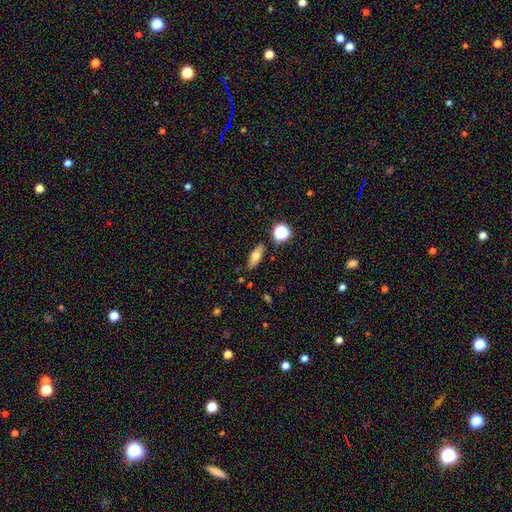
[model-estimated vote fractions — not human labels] Smooth or featured? smooth (70%)
How rounded? in between (72%)
Merging? none (81%)